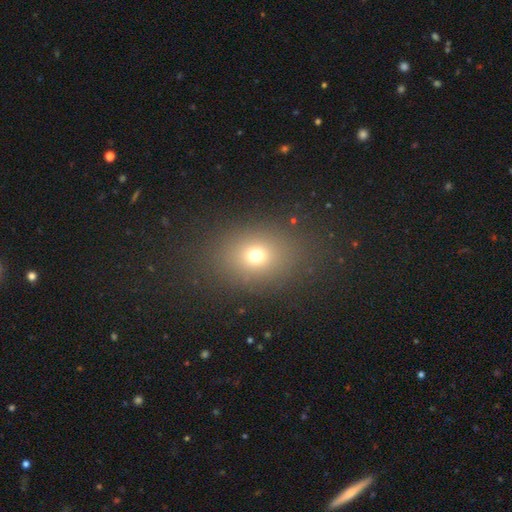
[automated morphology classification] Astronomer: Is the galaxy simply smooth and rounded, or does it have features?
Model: smooth — 69%.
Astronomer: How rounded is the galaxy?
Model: in between — 52% (runner-up: round, 46%).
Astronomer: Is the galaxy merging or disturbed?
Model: none — 82%.